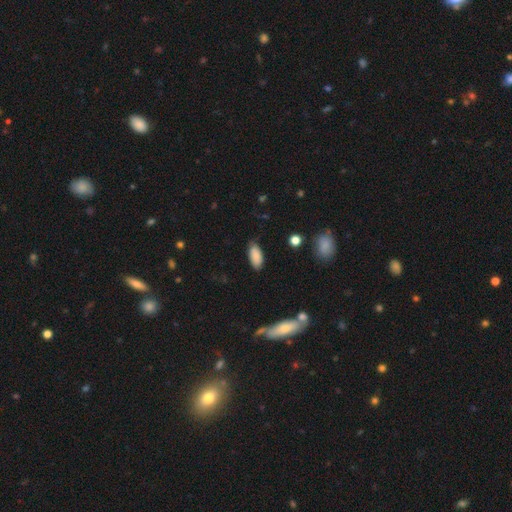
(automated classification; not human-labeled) smooth-or-featured: smooth: 87% | star or artifact: 7% | featured or disk: 7%
  how-rounded: in between: 91% | cigar-shaped: 7% | round: 2%
  merging: none: 78% | minor disturbance: 17% | major disturbance: 3% | merger: 2%